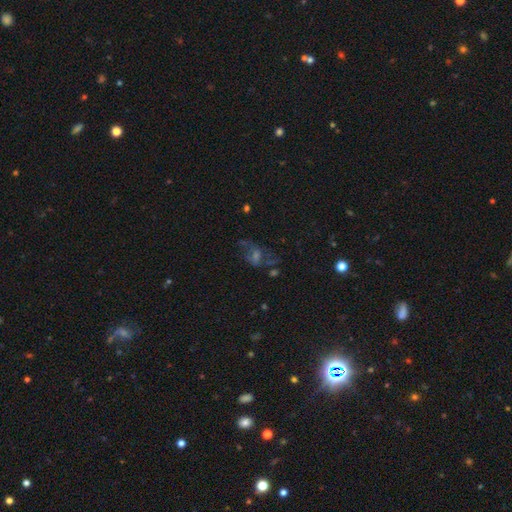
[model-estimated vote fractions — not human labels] Q: Smooth or featured?
A: featured or disk (43%); runner-up: star or artifact (33%)
Q: Merging?
A: none (47%); runner-up: major disturbance (29%)